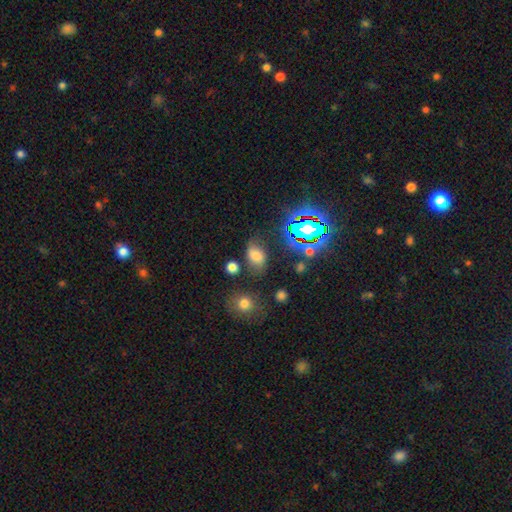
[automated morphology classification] Smooth or featured? smooth (63%)
How rounded? in between (79%)
Merging? none (61%)